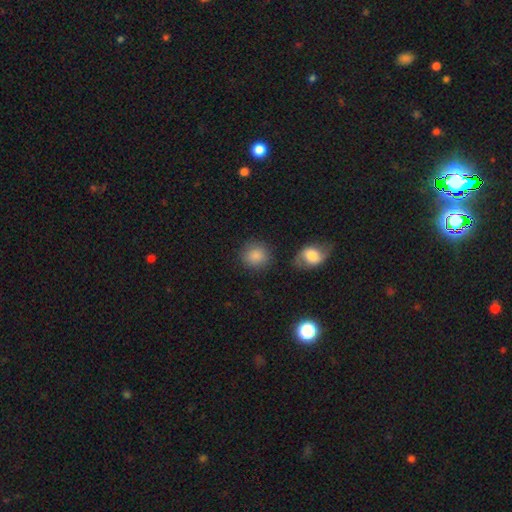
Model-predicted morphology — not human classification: Smooth or featured? smooth (87%)
How rounded? round (84%)
Merging? none (79%)